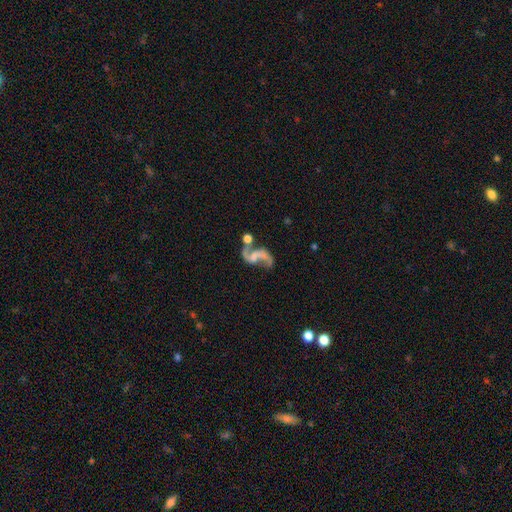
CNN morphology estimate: This is clearly a featured or disk galaxy (87%). It is clearly not viewed edge-on (98%). Bar: marginally no (42%). Spiral arm pattern: clearly yes (95%). Spiral arm count: clearly 2 (91%). Spiral winding: likely loose (78%). Central bulge: possibly none (47%). Merging: possibly none (46%).